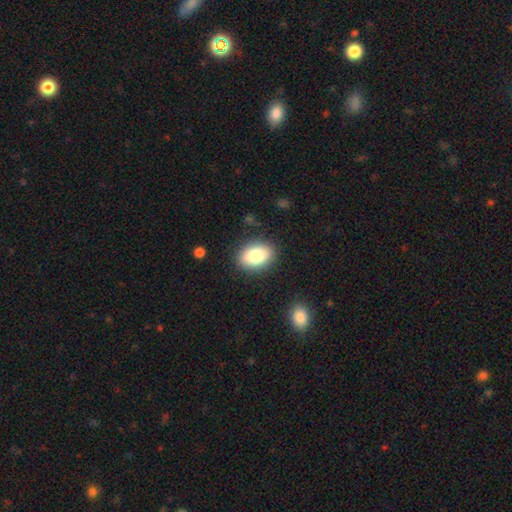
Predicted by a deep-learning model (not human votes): smooth_or_featured: smooth (p=0.82) [alt: featured or disk p=0.10]
how_rounded: in between (p=0.83) [alt: round p=0.16]
merging: none (p=0.87) [alt: minor disturbance p=0.09]